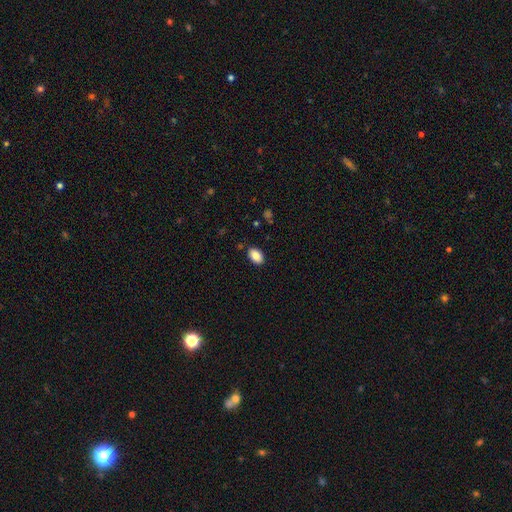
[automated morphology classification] The model was most divided on "merging": none: 87%, minor disturbance: 9%, major disturbance: 2%, merger: 1%. More confident: how rounded — in between (91%); smooth or featured — smooth (88%).